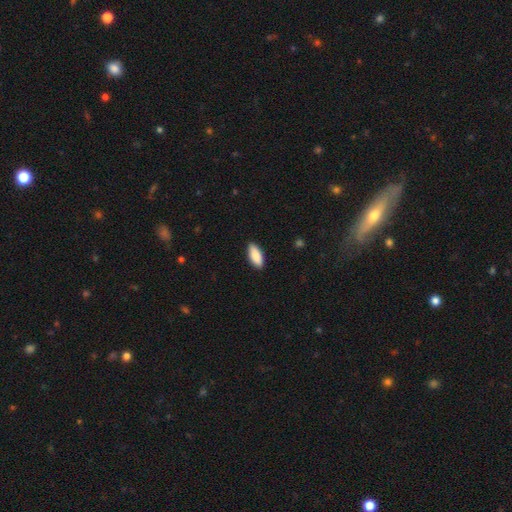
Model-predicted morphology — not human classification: Smooth or featured?
  - smooth: 88% *
  - featured or disk: 7%
  - star or artifact: 5%
How rounded?
  - in between: 81% *
  - cigar-shaped: 17%
  - round: 2%
Merging?
  - none: 89% *
  - minor disturbance: 9%
  - major disturbance: 2%
  - merger: 1%